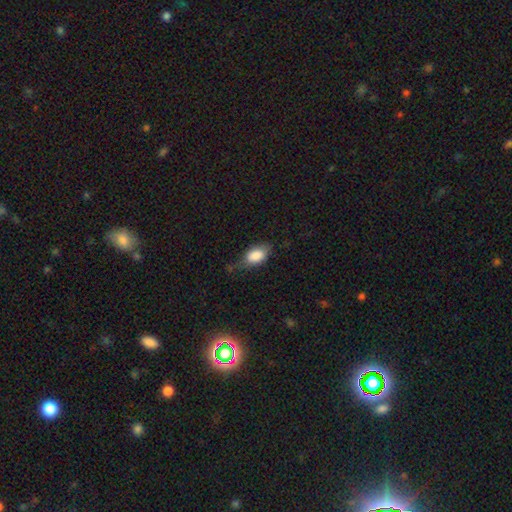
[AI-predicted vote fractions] smooth-or-featured: smooth: 83% | featured or disk: 10% | star or artifact: 7%
  how-rounded: in between: 91% | round: 5% | cigar-shaped: 4%
  merging: none: 50% | minor disturbance: 34% | major disturbance: 13% | merger: 3%